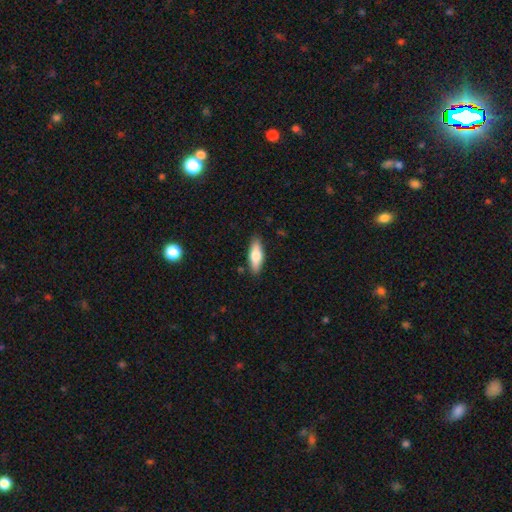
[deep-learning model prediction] A smooth galaxy with no disk features (67%) that is in between round and cigar-shaped (59%). Merging: none (87%).